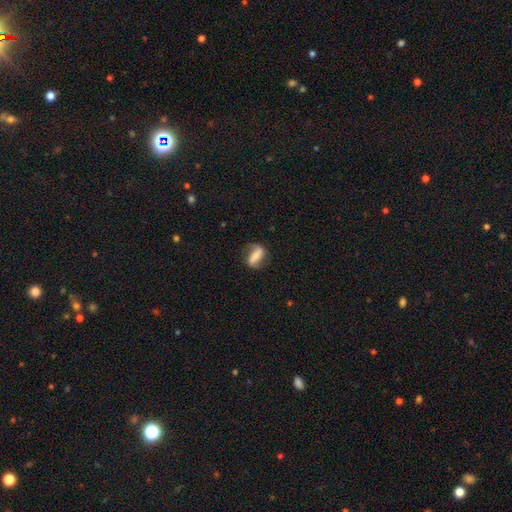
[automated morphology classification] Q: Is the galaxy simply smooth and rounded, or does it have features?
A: featured or disk — 62%.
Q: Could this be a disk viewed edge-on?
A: no — 91%.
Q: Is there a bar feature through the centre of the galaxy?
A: strong — 57%.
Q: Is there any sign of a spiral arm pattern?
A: yes — 86%.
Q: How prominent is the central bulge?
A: small — 39%.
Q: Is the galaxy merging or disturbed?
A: none — 74%.